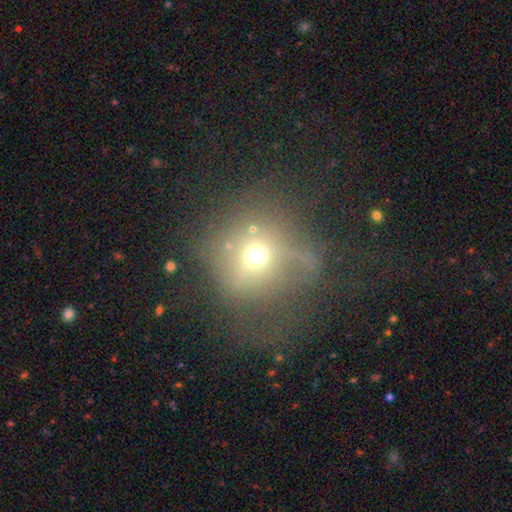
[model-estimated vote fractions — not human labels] smooth_or_featured: smooth (p=0.51) [alt: featured or disk p=0.28]
how_rounded: round (p=0.88) [alt: in between p=0.10]
merging: none (p=0.44) [alt: major disturbance p=0.31]